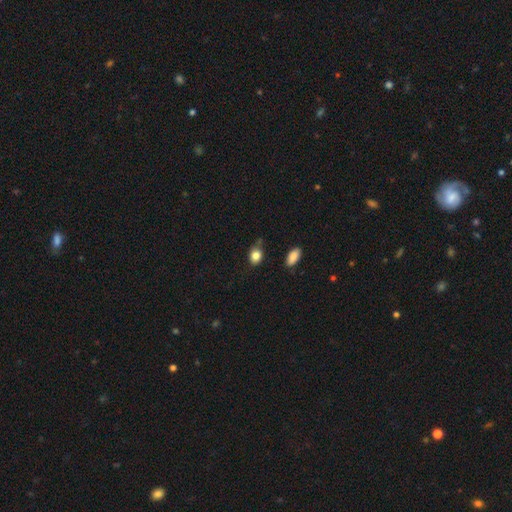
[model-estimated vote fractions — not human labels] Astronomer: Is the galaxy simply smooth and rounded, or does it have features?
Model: smooth — 84%.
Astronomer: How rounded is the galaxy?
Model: in between — 58% (runner-up: round, 40%).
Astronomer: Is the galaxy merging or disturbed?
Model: none — 67%.